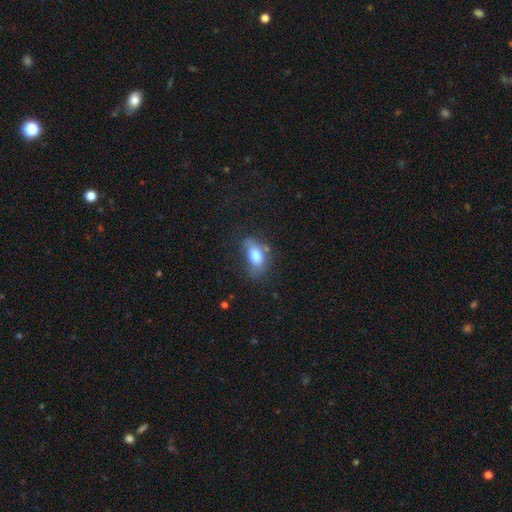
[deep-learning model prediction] smooth 74%, featured or disk 17%, star or artifact 9%. Down the decision tree: how rounded — in between (88%); merging — none (44%).